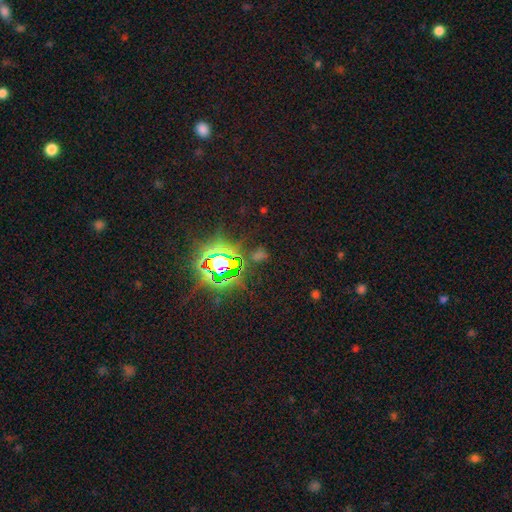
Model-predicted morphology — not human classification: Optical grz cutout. It shows a star or artifact, not a galaxy (79%).